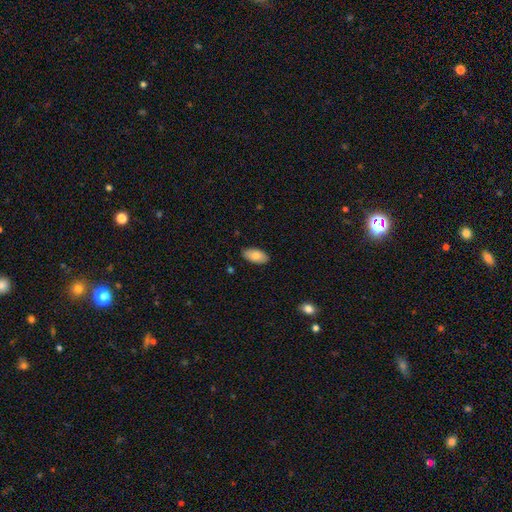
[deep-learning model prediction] A smooth galaxy with no disk features (82%) that is in between round and cigar-shaped (94%). Merging: none (86%).